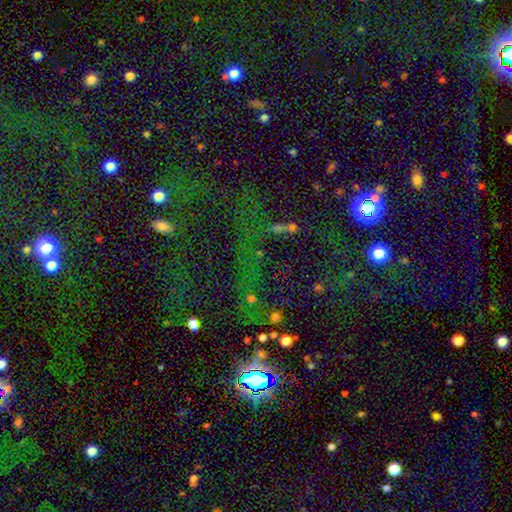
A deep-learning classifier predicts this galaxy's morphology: Q: Smooth or featured?
A: star or artifact (74%); runner-up: smooth (17%)